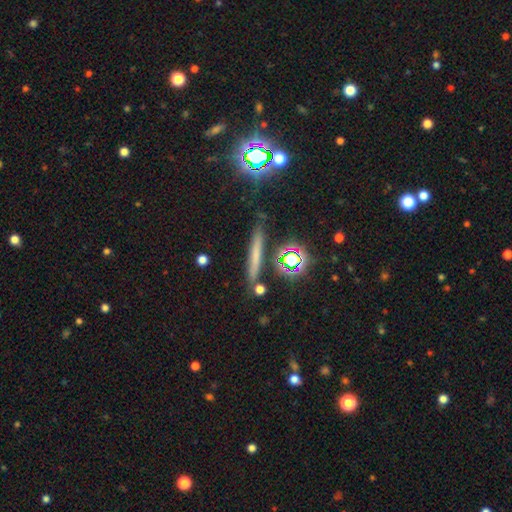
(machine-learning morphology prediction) type=smooth (54%); roundness=cigar-shaped (88%); merging=none (83%).